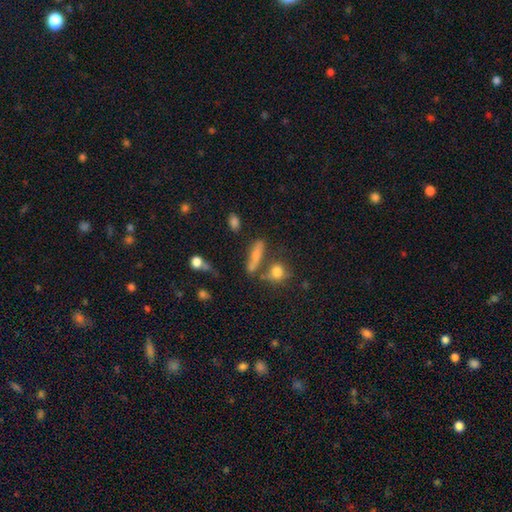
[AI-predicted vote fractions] This appears to be a smooth galaxy with no disk features (61%) that is cigar-shaped (63%). Merging: none (60%).